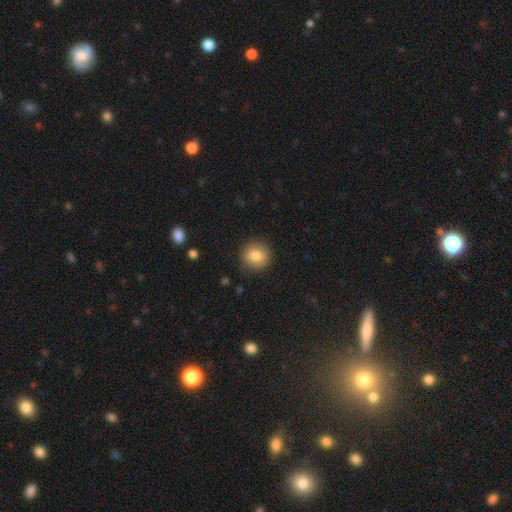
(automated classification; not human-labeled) The model was most divided on "smooth or featured": smooth: 84%, star or artifact: 9%, featured or disk: 7%. More confident: how rounded — round (91%); merging — none (89%).